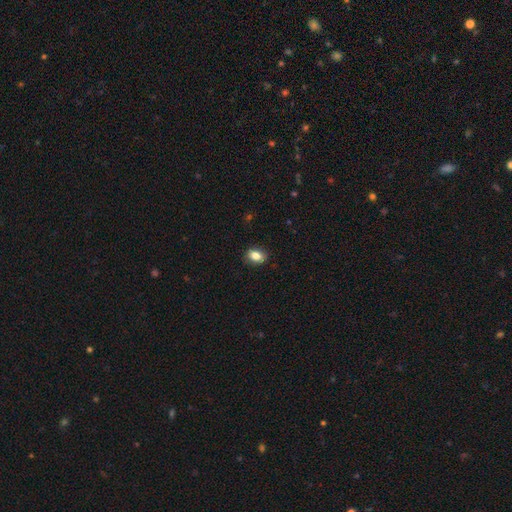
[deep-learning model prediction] Smooth or featured? Predicted: smooth (p=0.84). How rounded? Predicted: in between (p=0.75). Merging? Predicted: none (p=0.86).